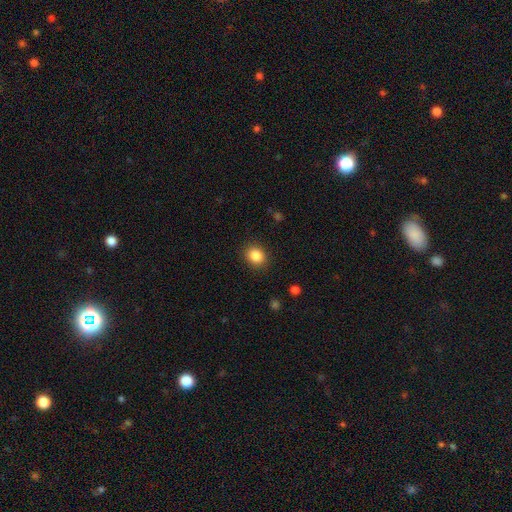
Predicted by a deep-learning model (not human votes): Smooth or featured: smooth — 86% (star or artifact — 10%)
How rounded: round — 64% (in between — 35%)
Merging: none — 89% (minor disturbance — 7%)